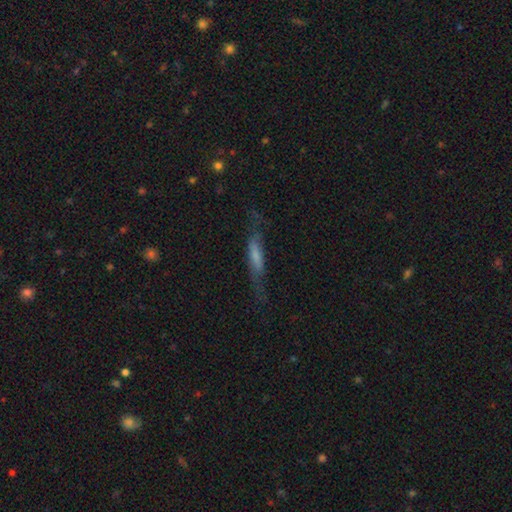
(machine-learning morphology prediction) smooth_or_featured: featured or disk (p=0.46) [alt: smooth p=0.45]
merging: none (p=0.56) [alt: minor disturbance p=0.24]